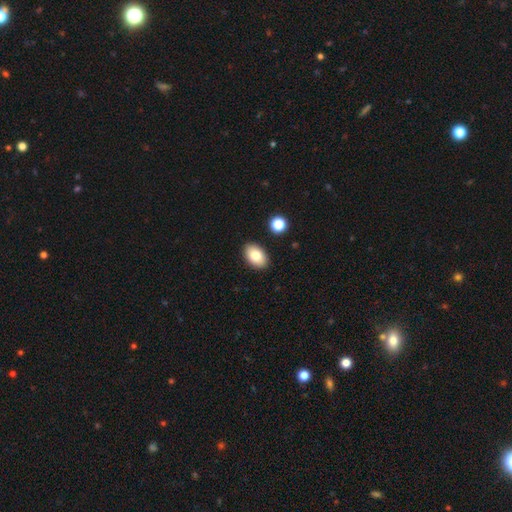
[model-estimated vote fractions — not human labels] This is clearly a smooth galaxy (82%). How rounded: clearly in between (89%). Merging: clearly none (89%).